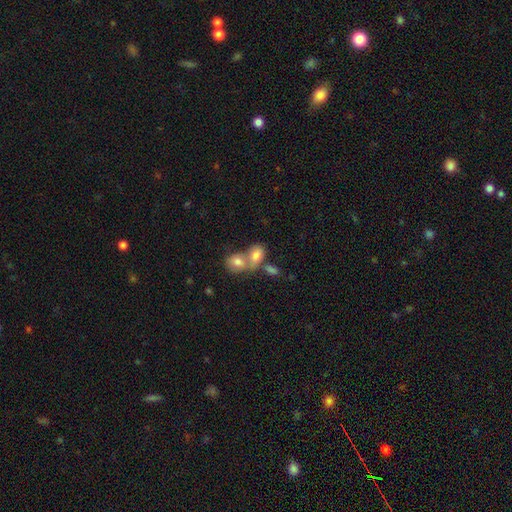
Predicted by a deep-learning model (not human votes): Smooth or featured? Predicted: smooth (p=0.77). How rounded? Predicted: in between (p=0.77). Merging? Predicted: merger (p=0.64).